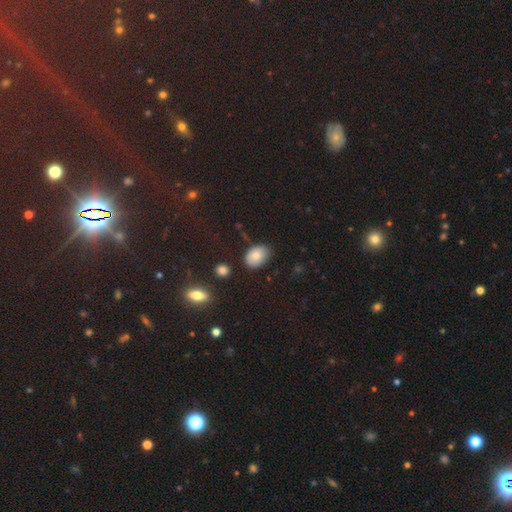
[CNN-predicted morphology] smooth 80%, featured or disk 11%, star or artifact 9%. Down the decision tree: how rounded — in between (85%); merging — none (70%).